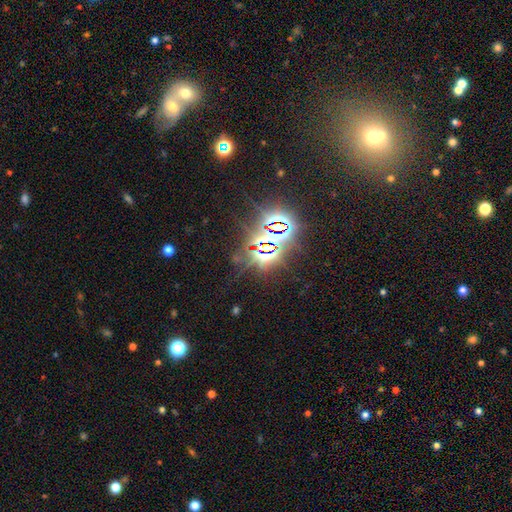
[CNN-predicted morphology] A star or artifact, not a galaxy (78%).

Vote fractions:
- Smooth or featured? star or artifact: 78% / smooth: 12% / featured or disk: 10%